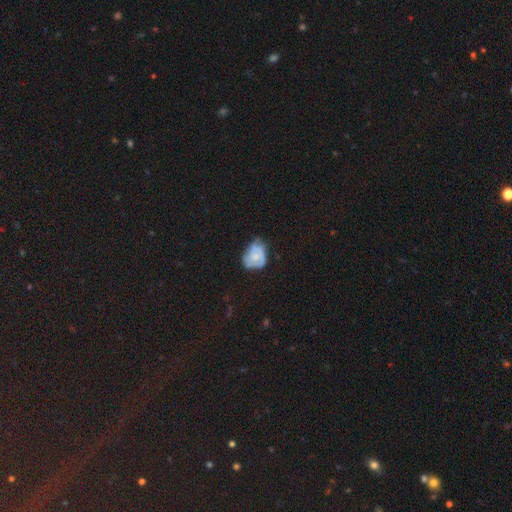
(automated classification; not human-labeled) The model was most divided on "smooth or featured": smooth: 47%, featured or disk: 45%, star or artifact: 8%. Remaining: merging — none (42%).